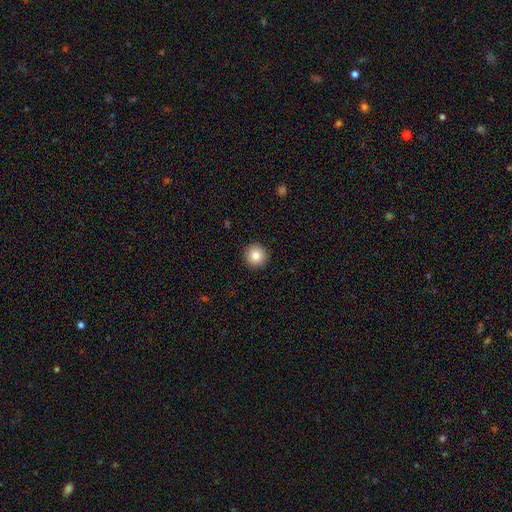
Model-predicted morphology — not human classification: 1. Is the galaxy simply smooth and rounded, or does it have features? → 84% smooth, 9% star or artifact, 7% featured or disk.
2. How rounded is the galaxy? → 96% round, 3% in between, 1% cigar-shaped.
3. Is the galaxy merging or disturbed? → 93% none, 4% minor disturbance, 1% major disturbance, 1% merger.